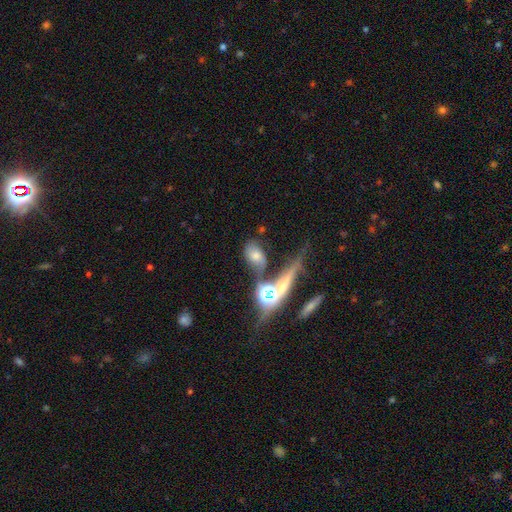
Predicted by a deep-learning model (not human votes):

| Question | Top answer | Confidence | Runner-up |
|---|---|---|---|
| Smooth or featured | smooth | 49% | featured or disk (26%) |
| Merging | none | 48% | merger (21%) |